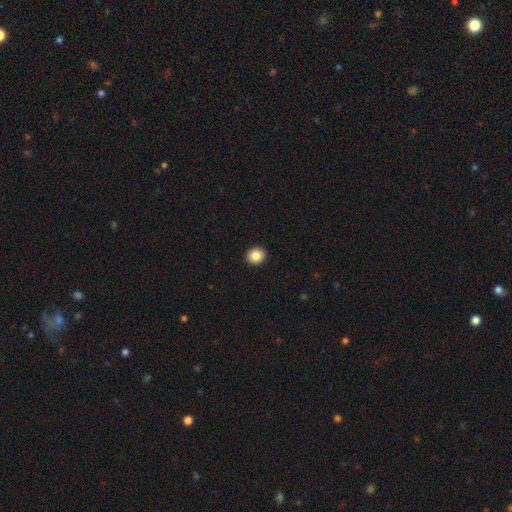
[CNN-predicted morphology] The model was most divided on "how rounded": round: 82%, in between: 17%, cigar-shaped: 1%. More confident: merging — none (93%); smooth or featured — smooth (87%).